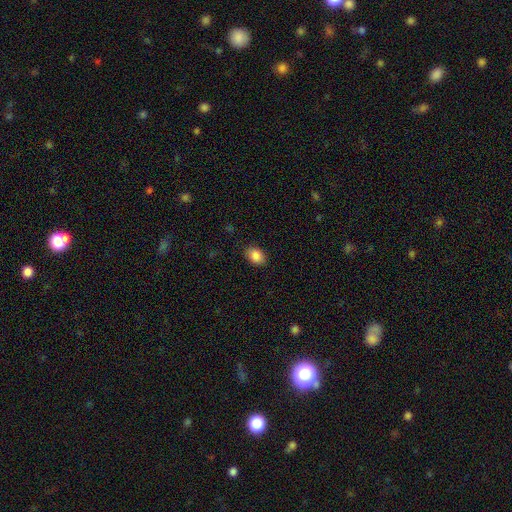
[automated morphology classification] This appears to be a smooth galaxy with no disk features (87%) that is in between round and cigar-shaped (78%). Merging: none (87%).